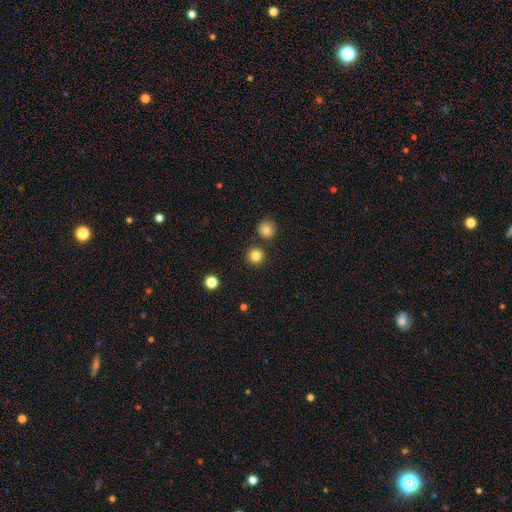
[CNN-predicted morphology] Q: Smooth or featured?
A: smooth (84%); runner-up: star or artifact (12%)
Q: How rounded?
A: round (95%); runner-up: in between (4%)
Q: Merging?
A: none (88%); runner-up: merger (5%)